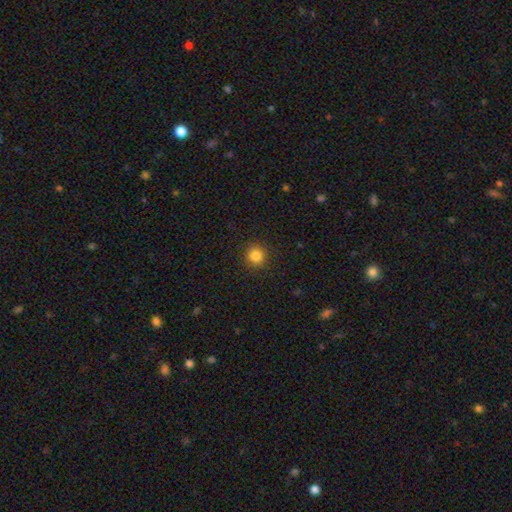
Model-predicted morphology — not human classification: smooth_or_featured: smooth (p=0.85) [alt: star or artifact p=0.12]
how_rounded: round (p=0.93) [alt: in between p=0.06]
merging: none (p=0.91) [alt: minor disturbance p=0.06]